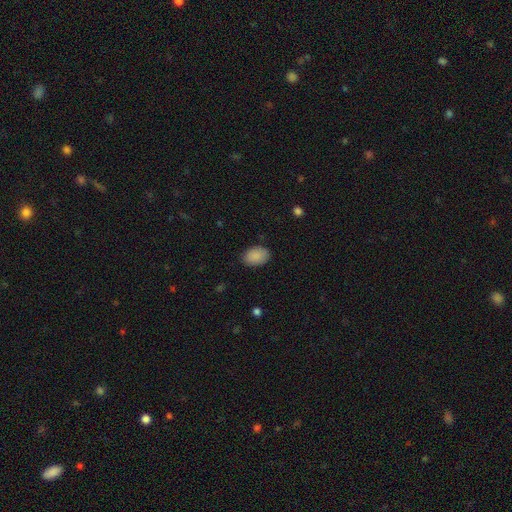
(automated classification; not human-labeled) This is clearly a smooth galaxy (89%). How rounded: clearly in between (82%). Merging: clearly none (85%).